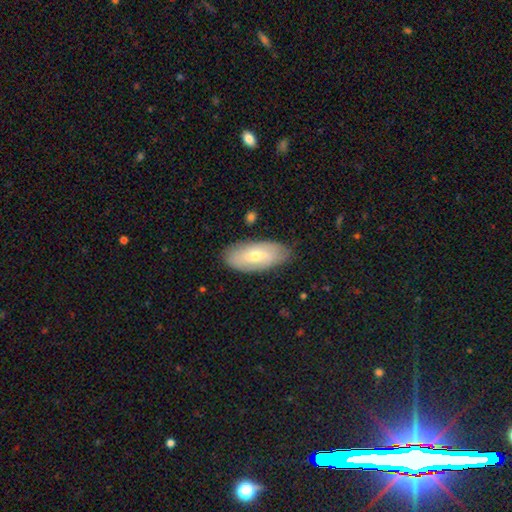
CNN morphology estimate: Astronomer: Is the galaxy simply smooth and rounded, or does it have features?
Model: smooth — 51% (runner-up: featured or disk, 42%).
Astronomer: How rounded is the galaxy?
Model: in between — 89%.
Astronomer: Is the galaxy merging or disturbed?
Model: none — 82%.